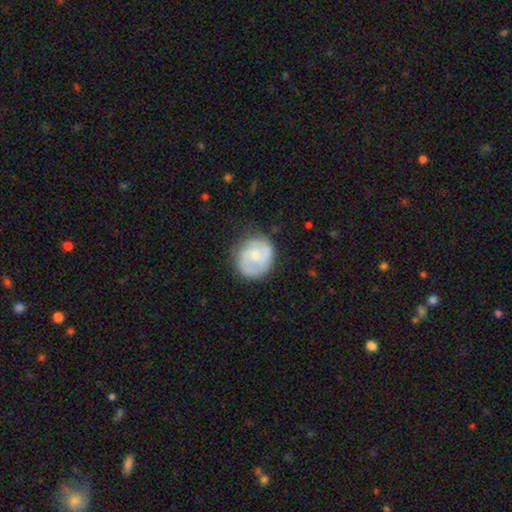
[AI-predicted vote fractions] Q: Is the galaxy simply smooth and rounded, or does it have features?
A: featured or disk — 55%.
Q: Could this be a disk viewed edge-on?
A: no — 98%.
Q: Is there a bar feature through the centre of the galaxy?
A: no — 63%.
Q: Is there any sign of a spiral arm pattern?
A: yes — 75%.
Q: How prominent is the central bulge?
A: small — 51%.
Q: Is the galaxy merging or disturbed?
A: none — 73%.